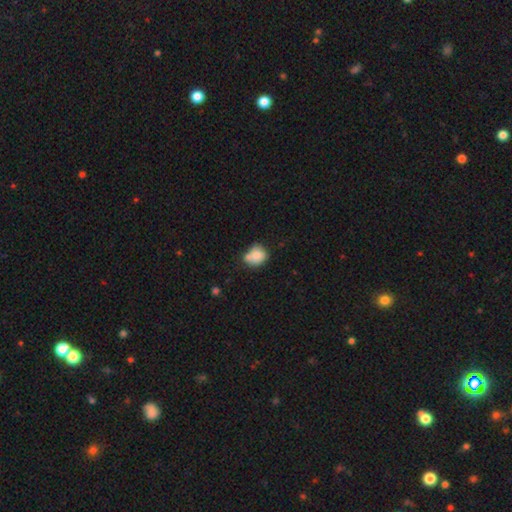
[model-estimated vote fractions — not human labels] smooth_or_featured: smooth (p=0.78) [alt: featured or disk p=0.13]
how_rounded: round (p=0.58) [alt: in between p=0.41]
merging: none (p=0.42) [alt: merger p=0.30]